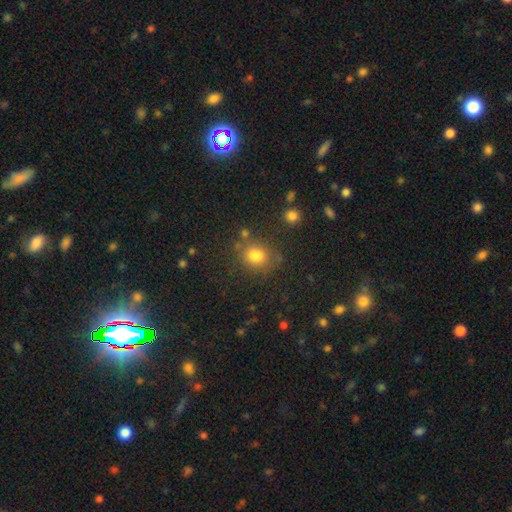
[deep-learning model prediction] Morphology: type=smooth (79%); roundness=round (70%); merging=none (75%).